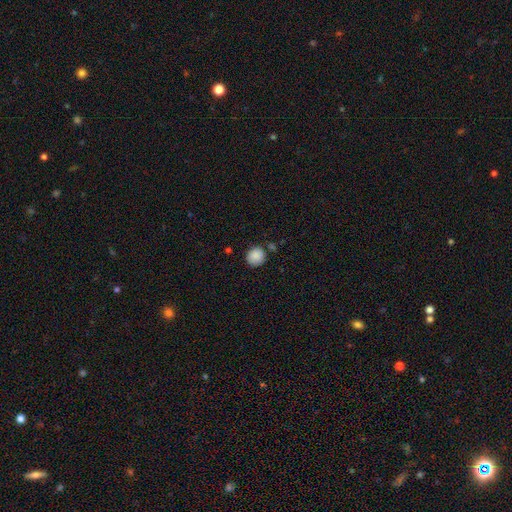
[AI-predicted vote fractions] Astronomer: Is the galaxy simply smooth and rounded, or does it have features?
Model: smooth — 88%.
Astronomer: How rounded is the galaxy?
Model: round — 85%.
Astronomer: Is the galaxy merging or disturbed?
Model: none — 78%.